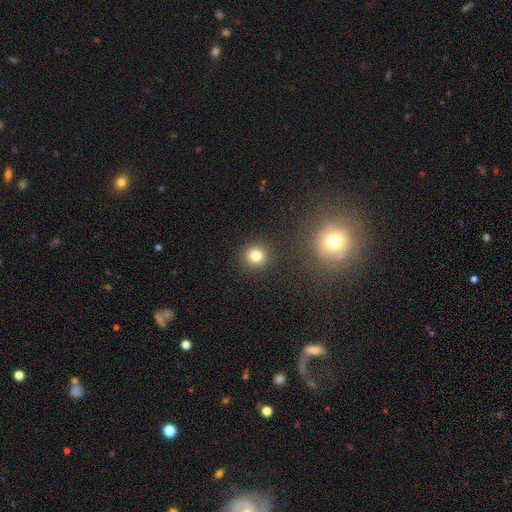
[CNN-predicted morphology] A smooth galaxy with no disk features (80%) that is round (90%). Merging: none (90%).